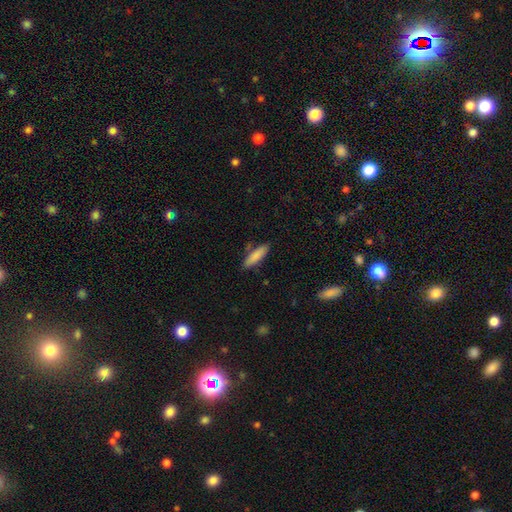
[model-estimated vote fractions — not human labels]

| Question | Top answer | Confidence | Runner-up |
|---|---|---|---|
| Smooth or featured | smooth | 85% | featured or disk (9%) |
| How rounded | cigar-shaped | 59% | in between (39%) |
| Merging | none | 81% | minor disturbance (12%) |